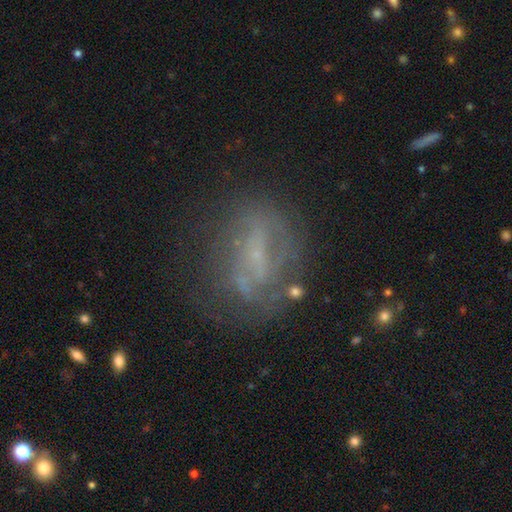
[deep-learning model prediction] This appears to be a featured or disk galaxy (58%) with no bar (47%), no spiral arms (59%) and a small central bulge (53%). Merging: none (59%).